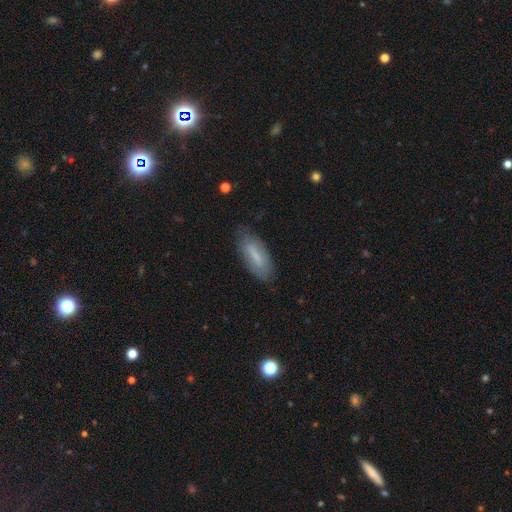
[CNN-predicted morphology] This appears to be a smooth galaxy with no disk features (69%) that is in between round and cigar-shaped (65%). Merging: none (77%).